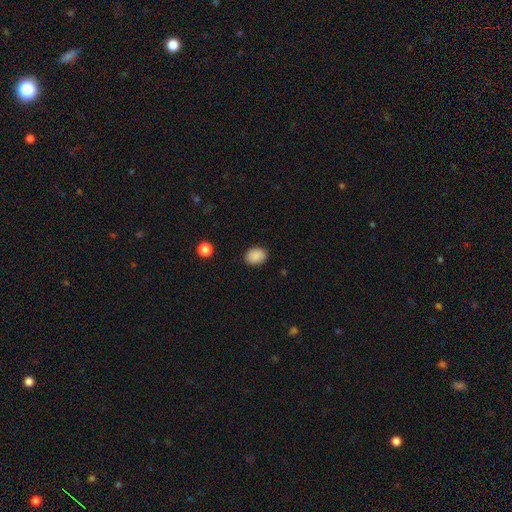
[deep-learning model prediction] Morphology: type=smooth (89%); roundness=in between (63%); merging=none (88%).